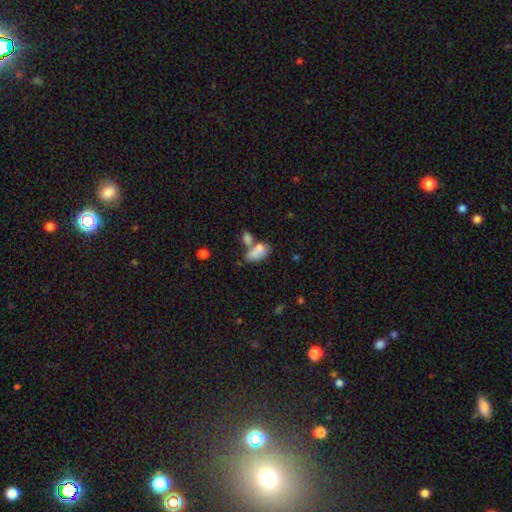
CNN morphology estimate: Overall: smooth (66%). How rounded: in between (81%). Merging: none (40%; merger 39%).